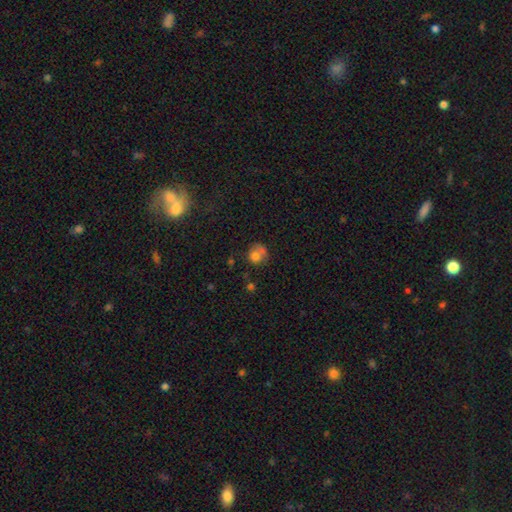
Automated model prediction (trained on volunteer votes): smooth_or_featured: smooth (p=0.72) [alt: featured or disk p=0.16]
how_rounded: round (p=0.77) [alt: in between p=0.22]
merging: none (p=0.42) [alt: merger p=0.27]